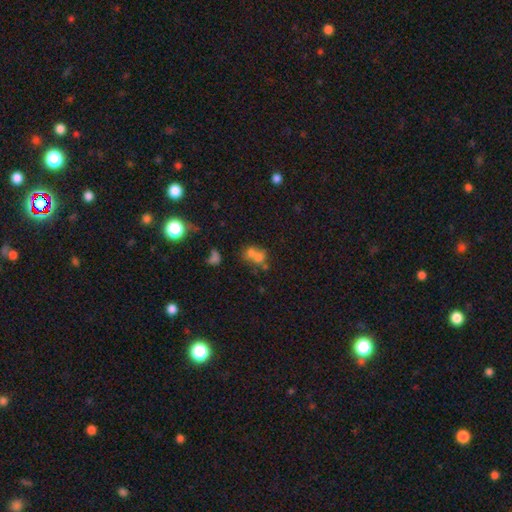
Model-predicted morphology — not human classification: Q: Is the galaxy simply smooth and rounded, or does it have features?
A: smooth — 61%.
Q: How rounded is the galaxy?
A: round — 67%.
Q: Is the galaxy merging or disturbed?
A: merger — 62%.